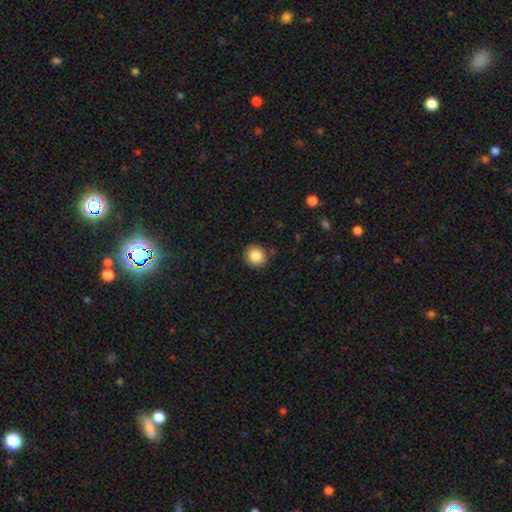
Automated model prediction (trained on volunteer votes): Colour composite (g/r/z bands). It shows a smooth galaxy with no disk features (85%) that is round (89%). Merging: none (89%).